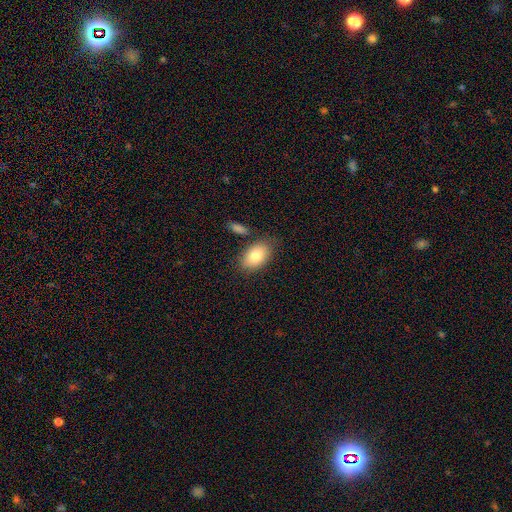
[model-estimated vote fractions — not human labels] Smooth or featured?
  - smooth: 82% *
  - featured or disk: 11%
  - star or artifact: 7%
How rounded?
  - in between: 90% *
  - round: 8%
  - cigar-shaped: 1%
Merging?
  - none: 76% *
  - minor disturbance: 14%
  - merger: 6%
  - major disturbance: 4%